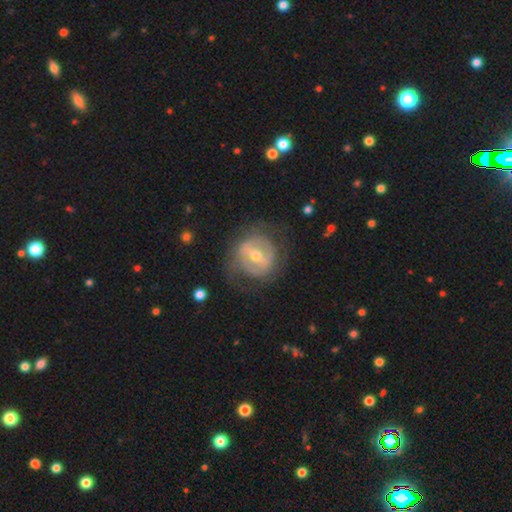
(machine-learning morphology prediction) Overall: featured or disk (74%). Edge-on disk: no (95%). Bar: strong (44%; weak 39%). Spiral arms: yes (57%; no 43%). Bulge size: moderate (59%; small 36%). Merging: none (68%).